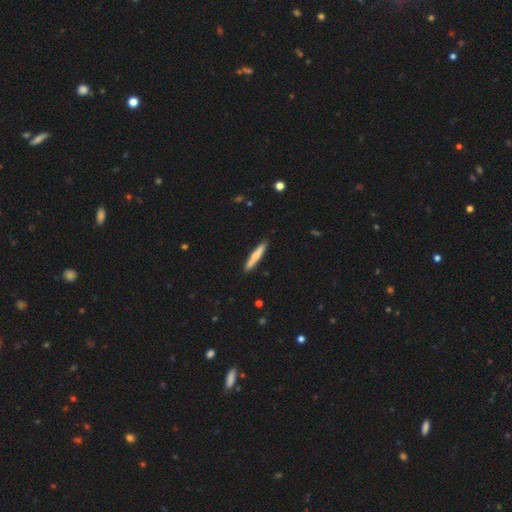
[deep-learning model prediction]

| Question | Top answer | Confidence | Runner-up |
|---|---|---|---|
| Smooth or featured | smooth | 66% | featured or disk (28%) |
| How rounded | cigar-shaped | 93% | in between (5%) |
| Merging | none | 88% | minor disturbance (8%) |